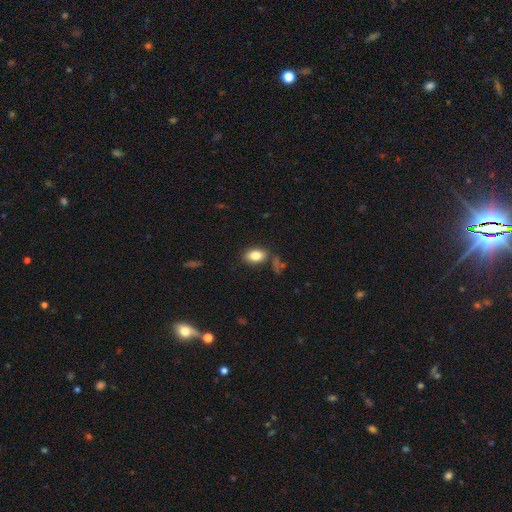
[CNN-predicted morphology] Overall: smooth (81%). How rounded: in between (85%). Merging: none (76%).